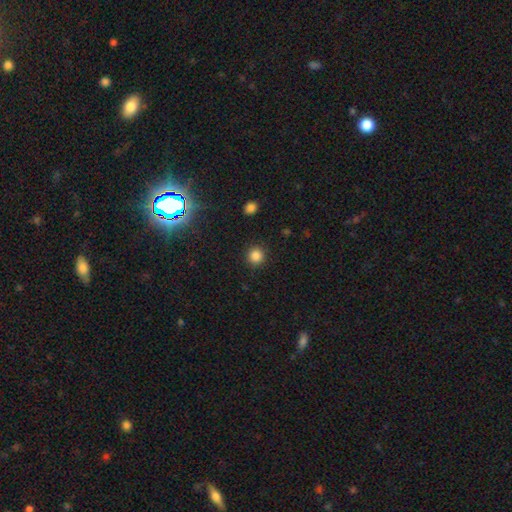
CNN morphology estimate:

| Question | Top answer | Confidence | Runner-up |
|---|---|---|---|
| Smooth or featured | smooth | 84% | star or artifact (13%) |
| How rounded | round | 94% | in between (5%) |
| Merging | none | 91% | minor disturbance (5%) |